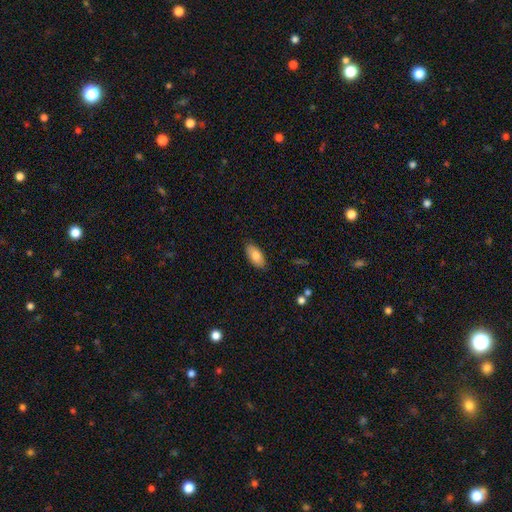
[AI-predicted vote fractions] Morphology: type=smooth (83%); roundness=in between (91%); merging=none (85%).